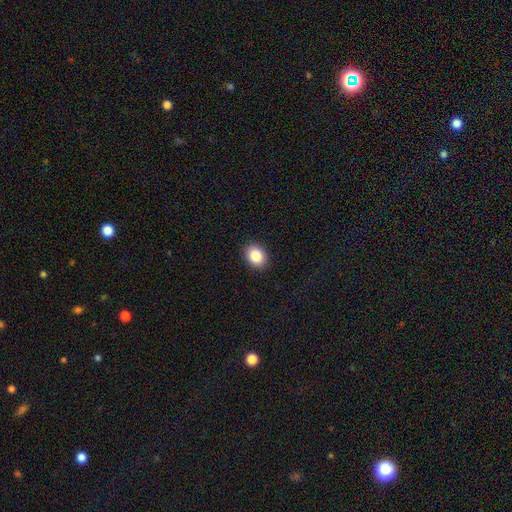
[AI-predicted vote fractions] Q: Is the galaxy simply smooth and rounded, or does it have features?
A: smooth — 86%.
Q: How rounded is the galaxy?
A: in between — 61%.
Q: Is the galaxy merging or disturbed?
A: none — 90%.